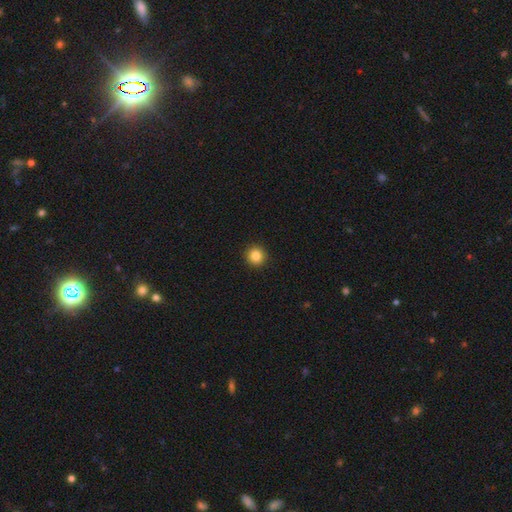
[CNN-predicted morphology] This is clearly a smooth galaxy (85%). How rounded: clearly round (95%). Merging: clearly none (93%).